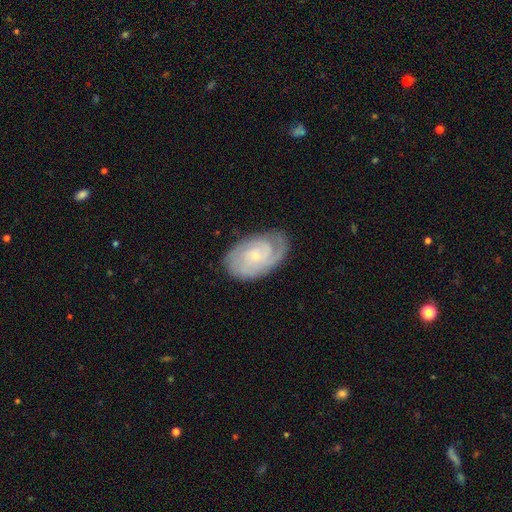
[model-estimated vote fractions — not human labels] Smooth or featured? Predicted: featured or disk (p=0.78). Edge-on disk? Predicted: no (p=0.96). Bar? Predicted: no (p=0.70). Spiral arms? Predicted: yes (p=0.94). Spiral winding? Predicted: tight (p=0.65). Spiral arm count? Predicted: 2 (p=0.34). Bulge size? Predicted: small (p=0.76). Merging? Predicted: none (p=0.74).